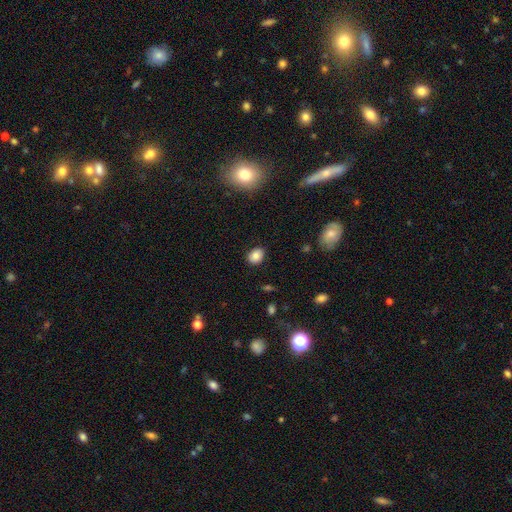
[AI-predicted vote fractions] Overall: smooth (83%). How rounded: in between (56%; round 43%). Merging: none (86%).